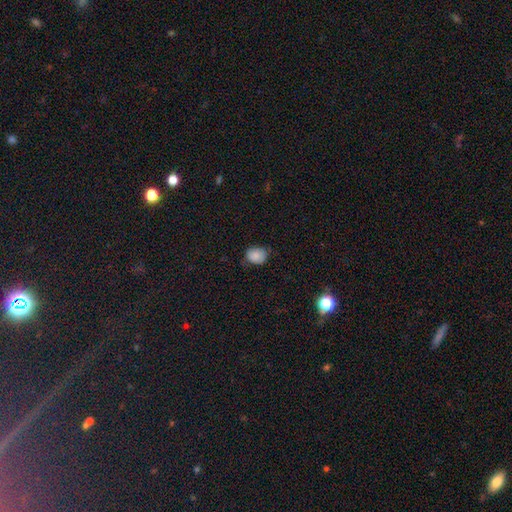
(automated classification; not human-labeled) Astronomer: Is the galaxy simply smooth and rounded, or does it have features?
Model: smooth — 85%.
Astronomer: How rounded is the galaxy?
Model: round — 51% (runner-up: in between, 48%).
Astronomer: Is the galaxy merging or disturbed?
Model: none — 64%.